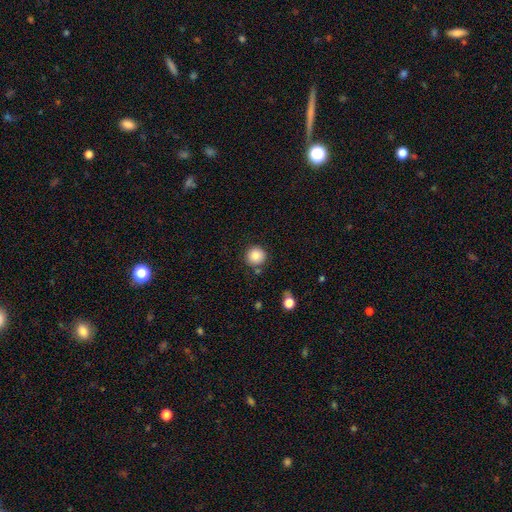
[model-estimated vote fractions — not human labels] smooth-or-featured: smooth: 85% | star or artifact: 10% | featured or disk: 6%
  how-rounded: round: 94% | in between: 5% | cigar-shaped: 1%
  merging: none: 85% | minor disturbance: 8% | merger: 4% | major disturbance: 3%